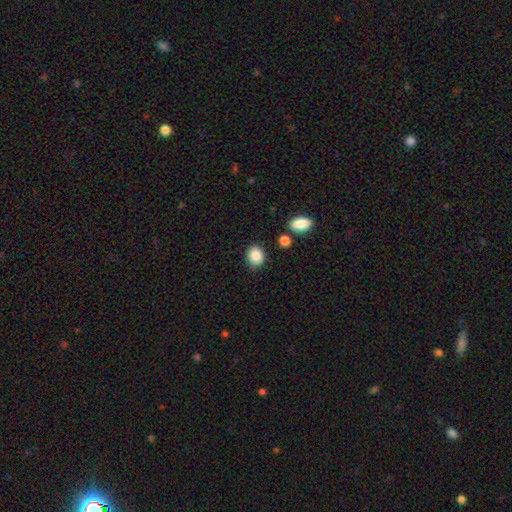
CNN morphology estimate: The model was most divided on "how rounded": round: 61%, in between: 38%, cigar-shaped: 1%. More confident: smooth or featured — smooth (88%); merging — none (80%).